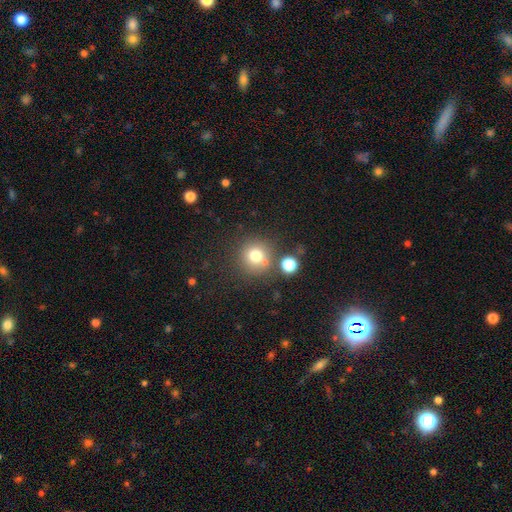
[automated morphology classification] This appears to be a smooth galaxy with no disk features (75%) that is round (93%). Merging: none (70%).